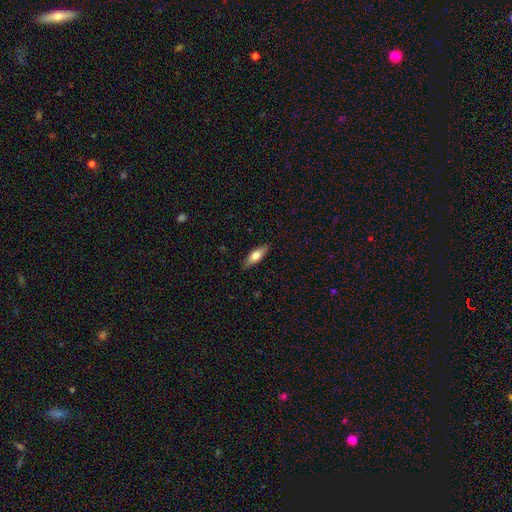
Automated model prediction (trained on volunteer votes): Smooth or featured? Predicted: smooth (p=0.69). How rounded? Predicted: in between (p=0.62). Merging? Predicted: none (p=0.88).